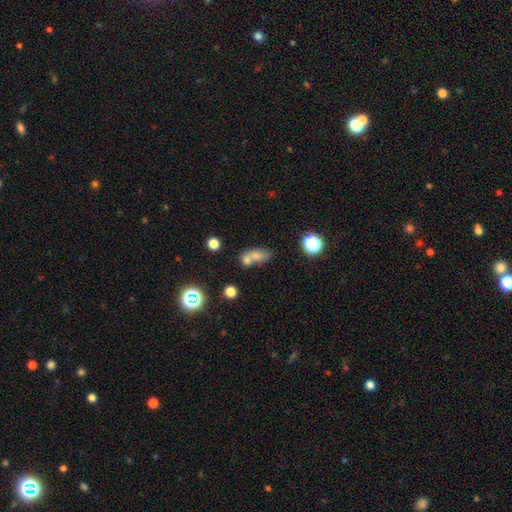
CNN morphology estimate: smooth_or_featured: smooth (p=0.69) [alt: featured or disk p=0.16]
how_rounded: in between (p=0.72) [alt: round p=0.18]
merging: merger (p=0.53) [alt: none p=0.31]